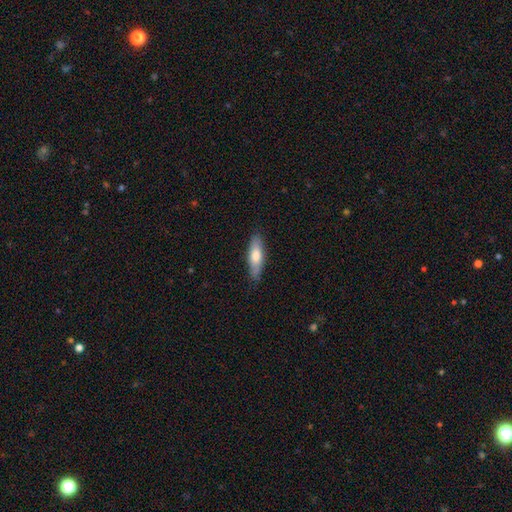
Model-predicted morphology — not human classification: type=smooth (68%); roundness=cigar-shaped (53%); merging=none (83%).